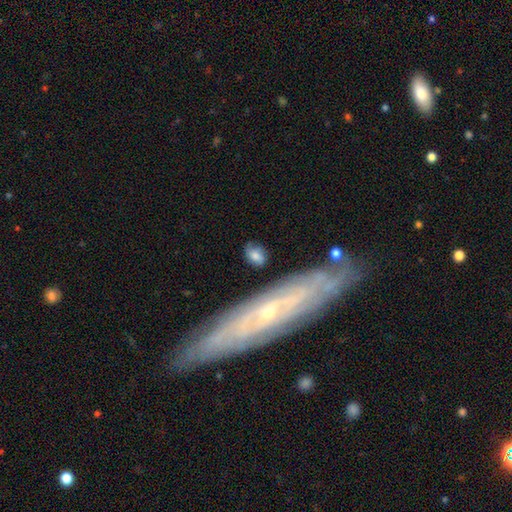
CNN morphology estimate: The model was most divided on "smooth or featured": smooth: 69%, featured or disk: 22%, star or artifact: 8%. More confident: how rounded — in between (74%); merging — none (71%).